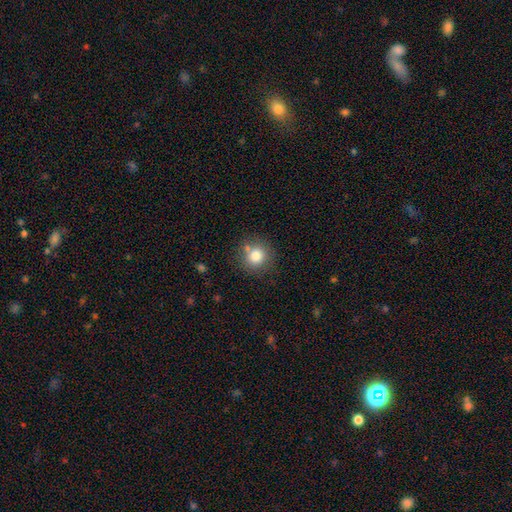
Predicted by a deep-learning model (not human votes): A smooth galaxy with no disk features (80%) that is round (92%).

Vote fractions:
- Smooth or featured? smooth: 80% / star or artifact: 11% / featured or disk: 9%
- How rounded? round: 92% / in between: 7% / cigar-shaped: 1%
- Merging? none: 76% / minor disturbance: 12% / merger: 9% / major disturbance: 4%